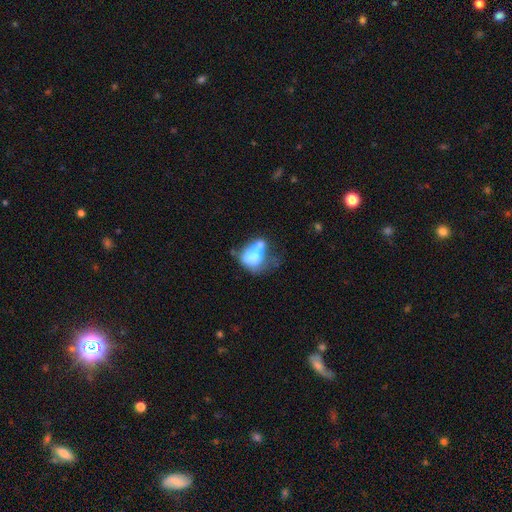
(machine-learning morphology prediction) Smooth or featured? Predicted: smooth (p=0.52). How rounded? Predicted: in between (p=0.72). Merging? Predicted: merger (p=0.35).